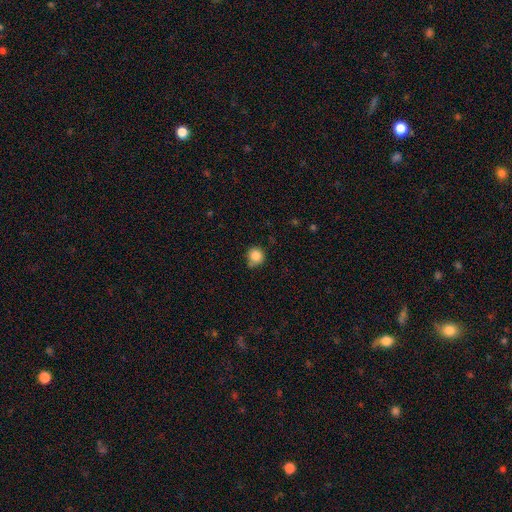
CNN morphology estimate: A smooth galaxy with no disk features (85%) that is round (92%).

Vote fractions:
- Smooth or featured? smooth: 85% / star or artifact: 10% / featured or disk: 5%
- How rounded? round: 92% / in between: 7% / cigar-shaped: 1%
- Merging? none: 74% / minor disturbance: 16% / merger: 7% / major disturbance: 4%